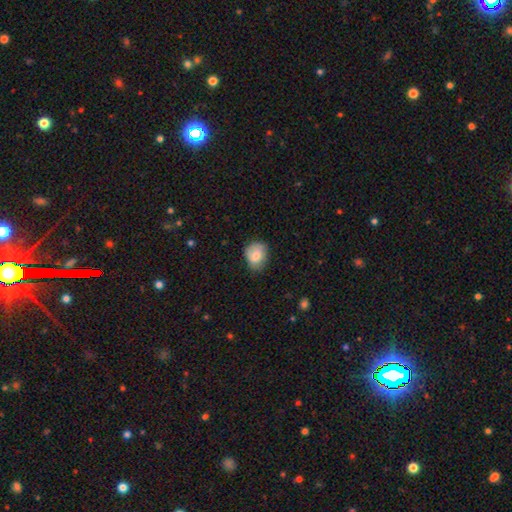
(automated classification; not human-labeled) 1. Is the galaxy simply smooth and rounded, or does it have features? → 76% smooth, 16% featured or disk, 8% star or artifact.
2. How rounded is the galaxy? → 56% round, 43% in between, 1% cigar-shaped.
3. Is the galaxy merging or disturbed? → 62% none, 30% minor disturbance, 6% major disturbance, 1% merger.